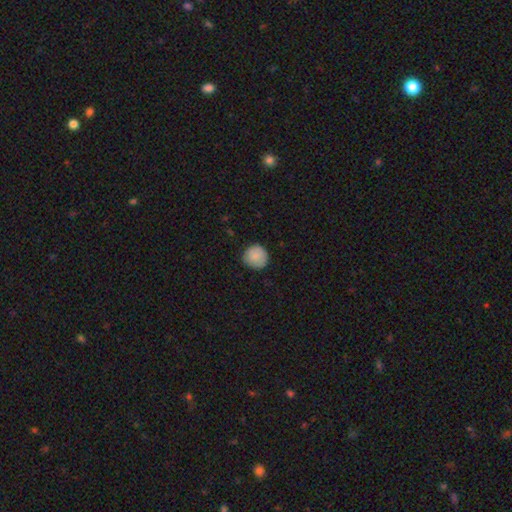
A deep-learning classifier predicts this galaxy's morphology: smooth_or_featured: smooth (p=0.84) [alt: featured or disk p=0.09]
how_rounded: round (p=0.93) [alt: in between p=0.07]
merging: none (p=0.82) [alt: minor disturbance p=0.15]